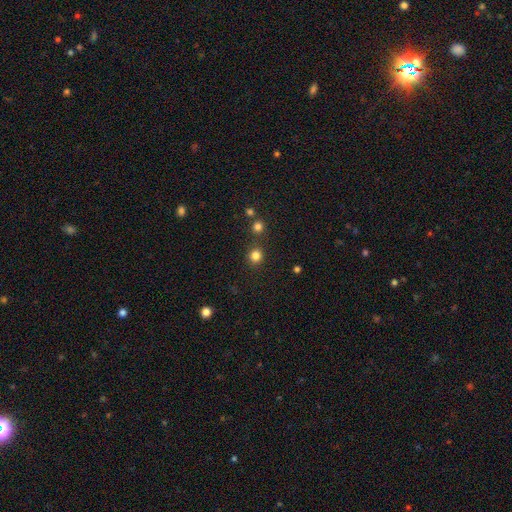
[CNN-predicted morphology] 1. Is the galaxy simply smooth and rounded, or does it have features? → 81% smooth, 15% star or artifact, 4% featured or disk.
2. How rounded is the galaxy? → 91% round, 8% in between, 1% cigar-shaped.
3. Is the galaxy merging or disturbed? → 84% none, 7% minor disturbance, 6% merger, 3% major disturbance.